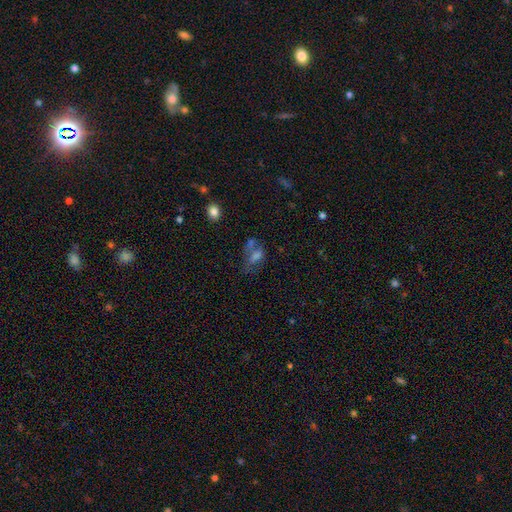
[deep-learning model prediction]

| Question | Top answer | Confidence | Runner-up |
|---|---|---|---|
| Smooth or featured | smooth | 47% | featured or disk (31%) |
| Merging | none | 38% | merger (24%) |